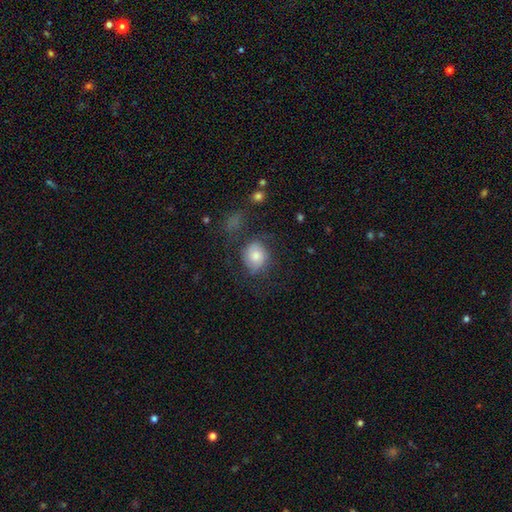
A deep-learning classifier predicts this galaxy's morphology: Smooth or featured?
  - smooth: 68% *
  - featured or disk: 23%
  - star or artifact: 9%
How rounded?
  - round: 71% *
  - in between: 28%
  - cigar-shaped: 1%
Merging?
  - none: 55% *
  - minor disturbance: 22%
  - major disturbance: 18%
  - merger: 5%